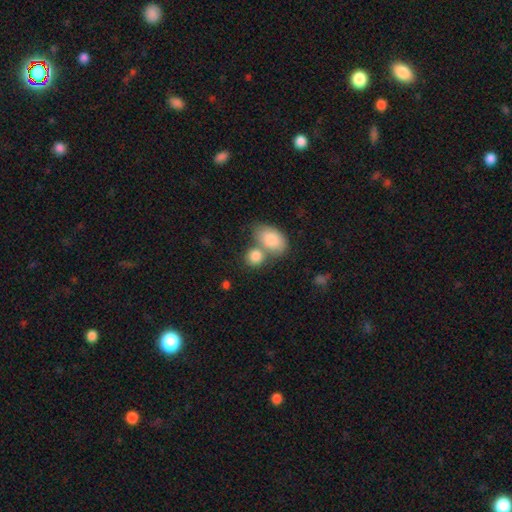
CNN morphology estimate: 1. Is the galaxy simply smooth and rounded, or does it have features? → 85% smooth, 9% featured or disk, 7% star or artifact.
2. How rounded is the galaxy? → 54% in between, 44% round, 2% cigar-shaped.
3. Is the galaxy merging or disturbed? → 47% merger, 39% none, 10% minor disturbance, 4% major disturbance.